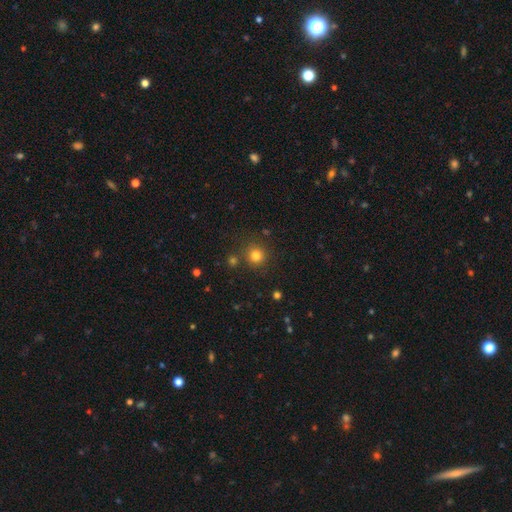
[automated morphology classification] type=smooth (80%); roundness=round (94%); merging=none (85%).